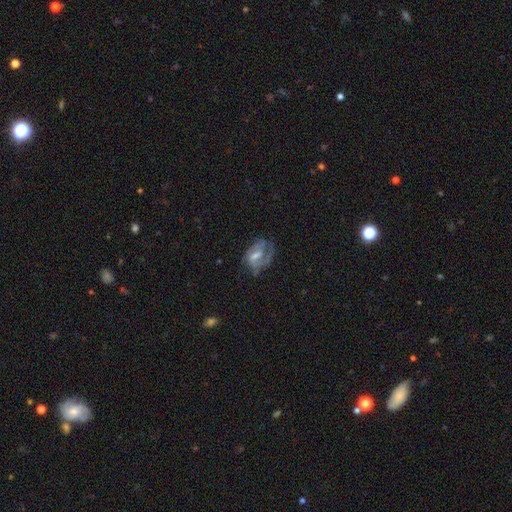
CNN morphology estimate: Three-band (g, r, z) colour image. It shows a featured or disk galaxy (71%) with a weak bar (51%), 2 (45%) medium (44%) spiral arms (81%) and a moderate central bulge (44%). Merging: none (44%).